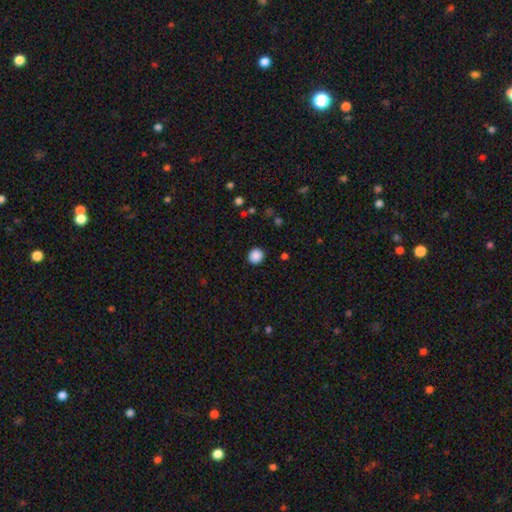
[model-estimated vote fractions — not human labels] Smooth or featured? smooth (88%)
How rounded? round (89%)
Merging? none (91%)